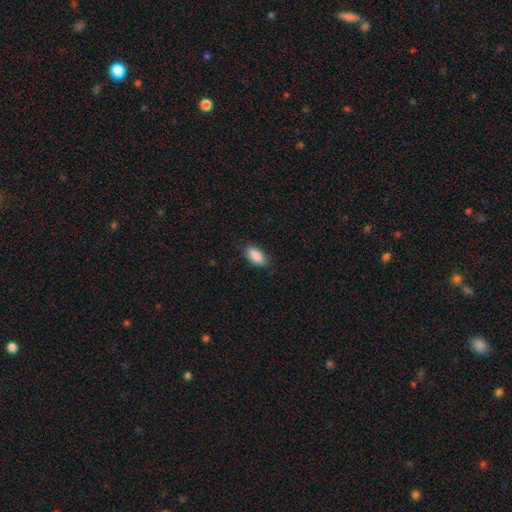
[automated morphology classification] A smooth galaxy with no disk features (90%) that is in between round and cigar-shaped (93%).

Vote fractions:
- Smooth or featured? smooth: 90% / star or artifact: 6% / featured or disk: 4%
- How rounded? in between: 93% / cigar-shaped: 5% / round: 3%
- Merging? none: 86% / minor disturbance: 11% / major disturbance: 2% / merger: 1%